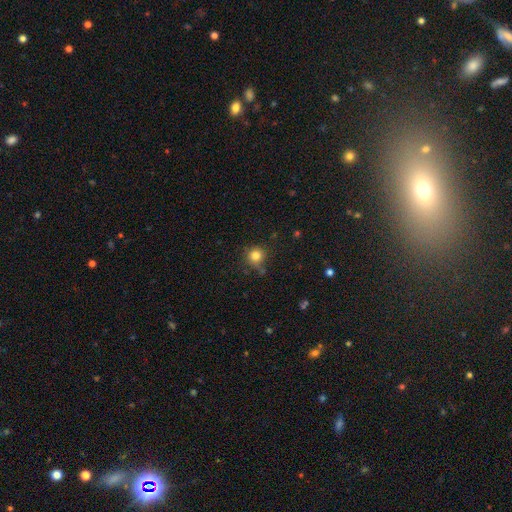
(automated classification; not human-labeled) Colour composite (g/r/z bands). It shows a smooth galaxy with no disk features (81%) that is round (92%). Merging: none (74%).